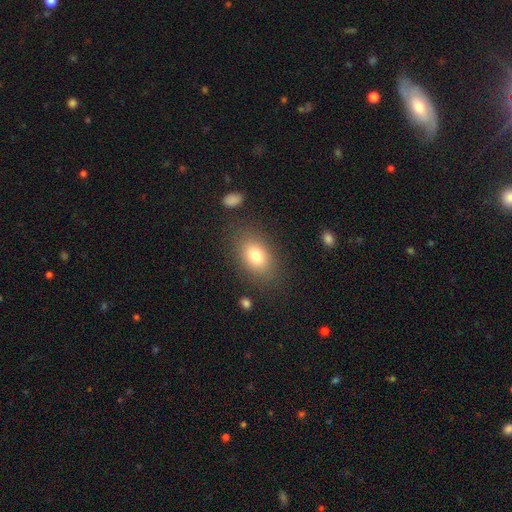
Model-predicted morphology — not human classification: This is likely a smooth galaxy (78%). How rounded: clearly in between (80%). Merging: clearly none (81%).